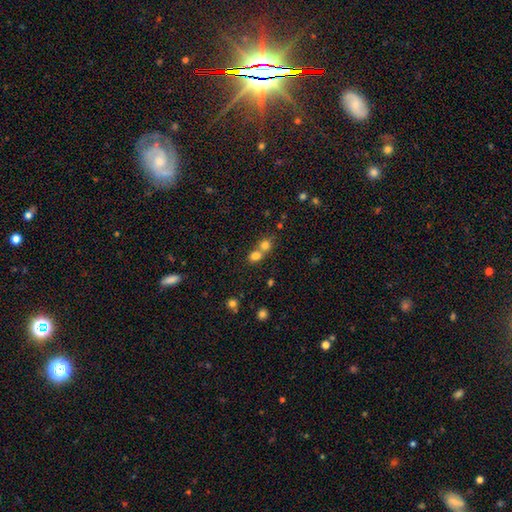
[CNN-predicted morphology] The model was most divided on "merging": merger: 58%, none: 35%, minor disturbance: 5%, major disturbance: 2%. More confident: smooth or featured — smooth (77%); how rounded — round (72%).